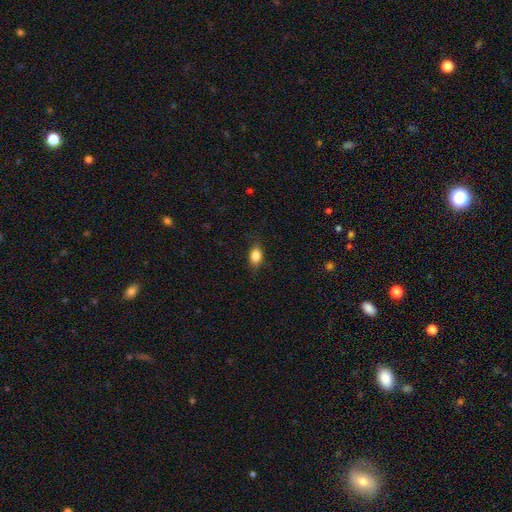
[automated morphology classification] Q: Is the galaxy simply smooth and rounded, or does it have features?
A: smooth — 83%.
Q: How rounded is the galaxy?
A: in between — 75%.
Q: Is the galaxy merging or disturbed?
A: none — 81%.